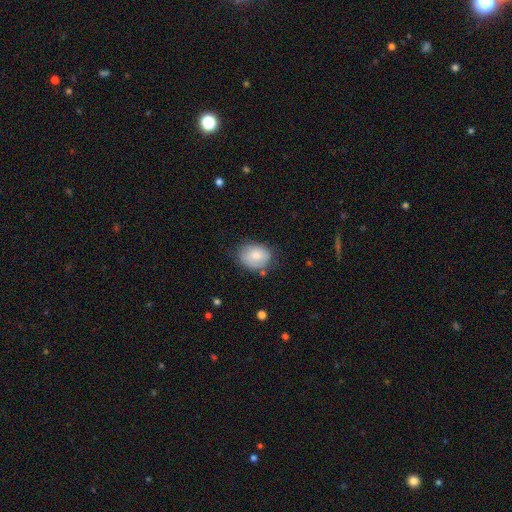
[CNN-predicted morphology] This is likely a smooth galaxy (74%). How rounded: possibly in between (56%). Merging: likely none (67%).